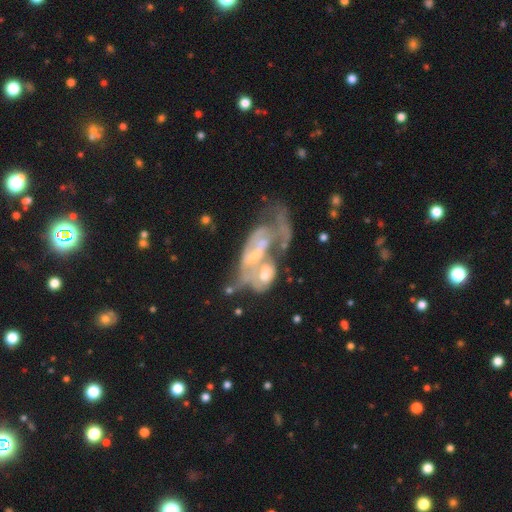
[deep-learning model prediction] Smooth or featured? Predicted: featured or disk (p=0.72). Edge-on disk? Predicted: no (p=0.94). Bar? Predicted: no (p=0.58). Spiral arms? Predicted: yes (p=0.53). Bulge size? Predicted: small (p=0.43). Merging? Predicted: merger (p=0.54).